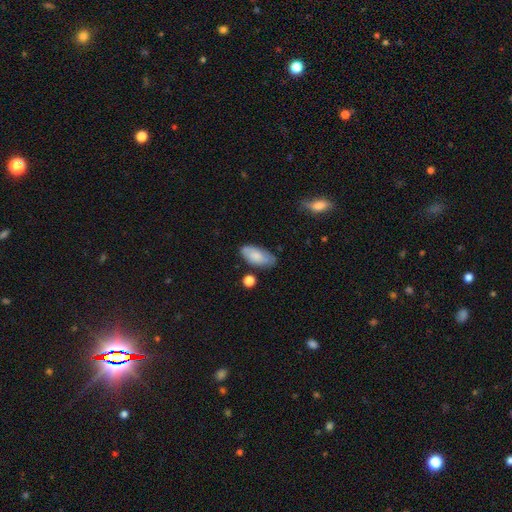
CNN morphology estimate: This appears to be a smooth galaxy with no disk features (72%) that is in between round and cigar-shaped (91%). Merging: none (69%).